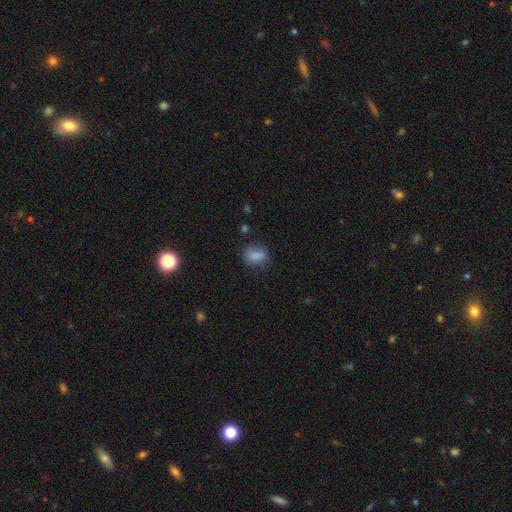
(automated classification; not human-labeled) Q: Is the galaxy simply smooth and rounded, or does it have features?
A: smooth — 80%.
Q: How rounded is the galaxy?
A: in between — 62%.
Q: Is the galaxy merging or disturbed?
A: none — 65%.